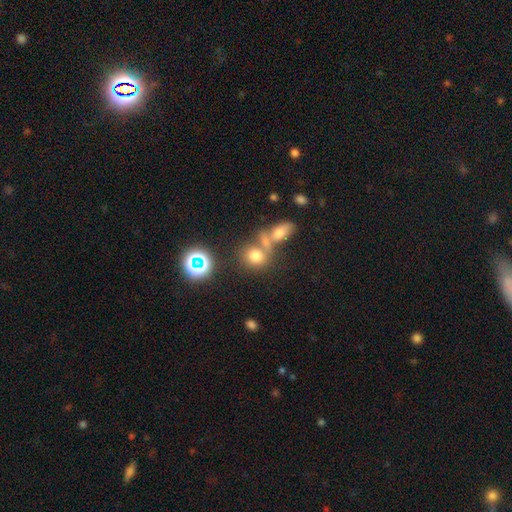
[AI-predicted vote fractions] This is likely a smooth galaxy (70%). How rounded: likely round (67%). Merging: possibly none (47%).